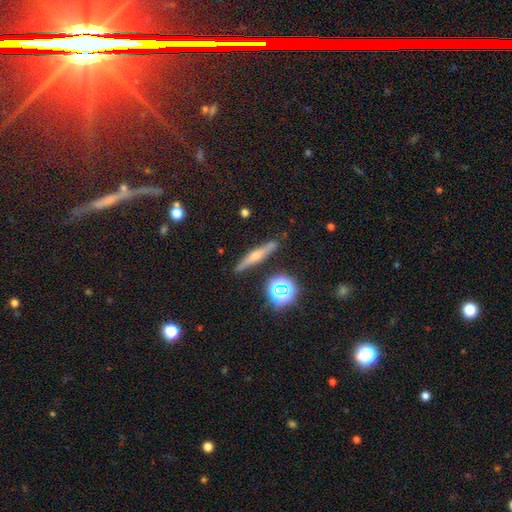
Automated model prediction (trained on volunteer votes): This is possibly a featured or disk galaxy (55%). It is clearly viewed edge-on (94%). Edge-on bulge: likely rounded (79%). Merging: clearly none (87%).